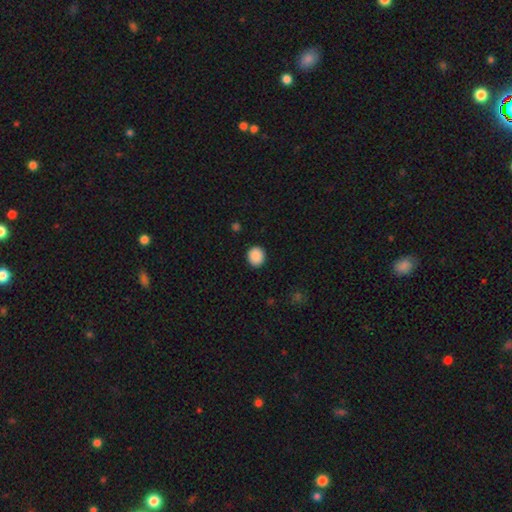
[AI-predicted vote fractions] Morphology: type=smooth (89%); roundness=round (85%); merging=none (91%).